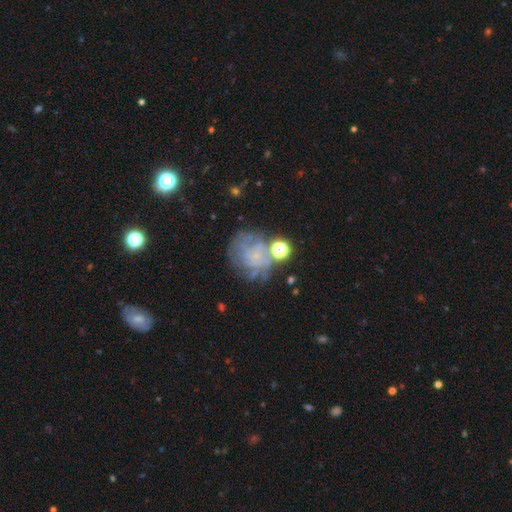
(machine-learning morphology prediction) Overall: featured or disk (55%; smooth 28%). Edge-on disk: no (98%). Bar: no (84%). Spiral arms: yes (60%; no 40%). Bulge size: none (47%; small 41%). Merging: none (54%; minor disturbance 20%).